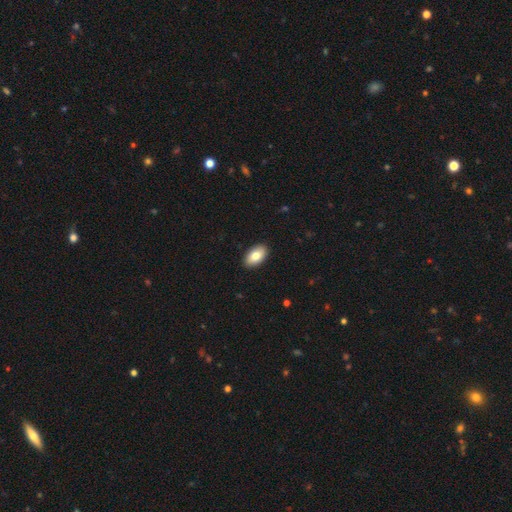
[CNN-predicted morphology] Smooth or featured? smooth (82%)
How rounded? in between (94%)
Merging? none (90%)